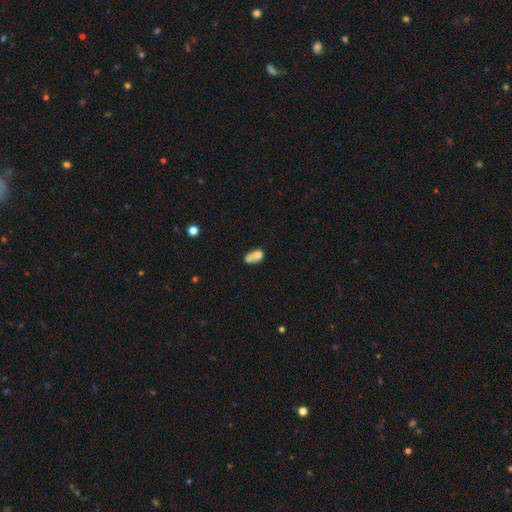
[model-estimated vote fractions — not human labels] This is likely a smooth galaxy (69%). How rounded: likely in between (79%). Merging: marginally merger (38%).